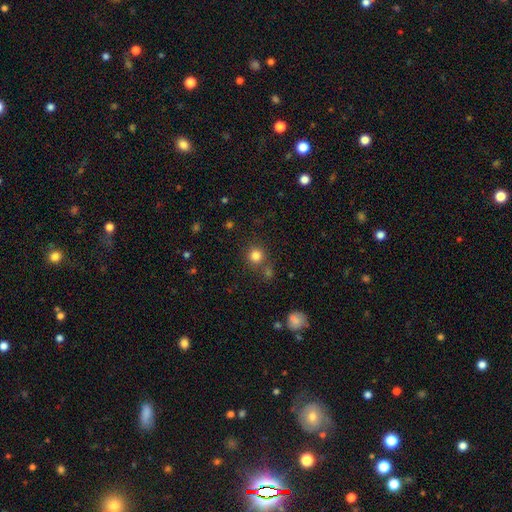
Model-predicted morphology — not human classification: Smooth or featured: smooth — 81% (star or artifact — 14%)
How rounded: round — 92% (in between — 7%)
Merging: none — 76% (merger — 12%)